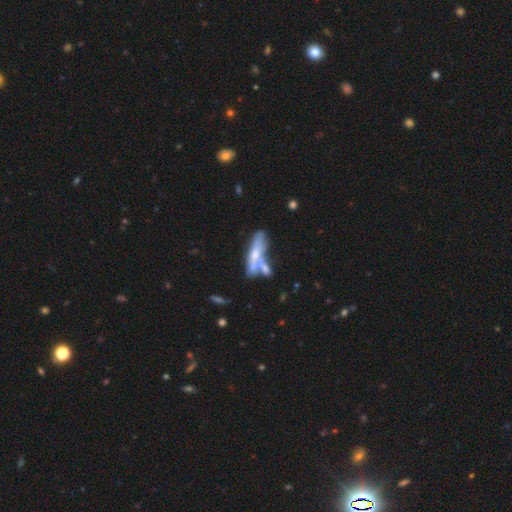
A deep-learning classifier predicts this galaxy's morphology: Overall: featured or disk (49%; smooth 43%). Merging: merger (42%; none 31%).